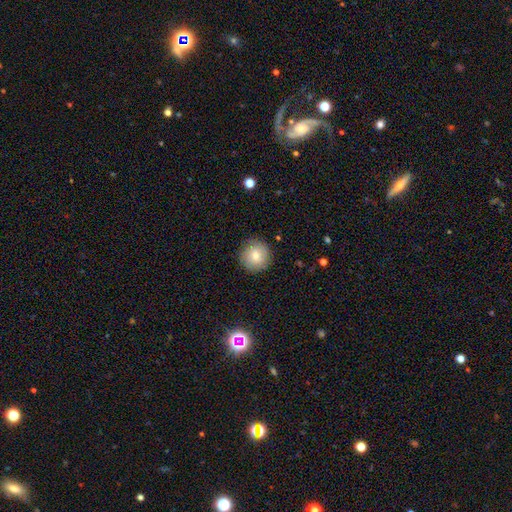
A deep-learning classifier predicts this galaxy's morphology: type=smooth (76%); roundness=round (94%); merging=none (87%).